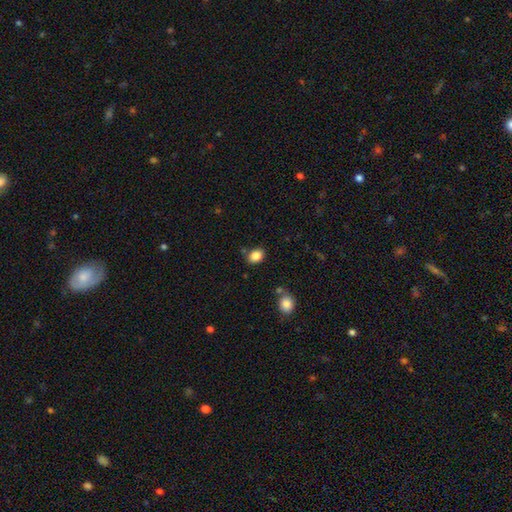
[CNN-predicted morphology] A smooth galaxy with no disk features (85%) that is in between round and cigar-shaped (71%). Merging: none (80%).